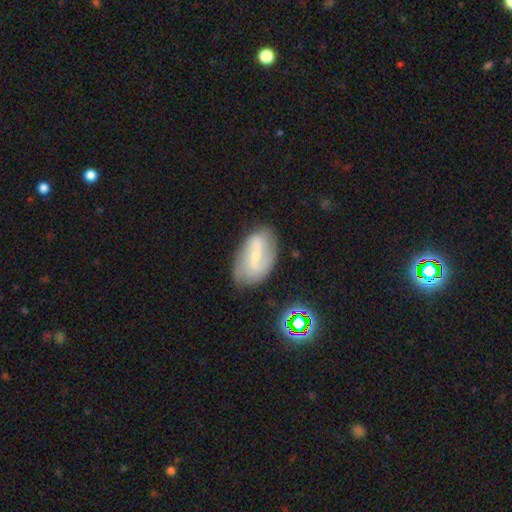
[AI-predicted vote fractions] smooth-or-featured: featured or disk: 70% | smooth: 22% | star or artifact: 8%
  disk-edge-on: no: 95% | yes: 5%
    bar: weak: 47% | strong: 30% | no: 23%
    has-spiral-arms: yes: 86% | no: 14%
      spiral-winding: loose: 39% | medium: 38% | tight: 22%
      spiral-arm-count: 2: 75% | can't tell: 15% | 3: 3% | 1: 3% | 4: 2% | more than 4: 1%
    bulge-size: small: 69% | moderate: 25% | none: 4% | large: 1% | dominant: 1%
  merging: none: 73% | minor disturbance: 19% | major disturbance: 5% | merger: 2%